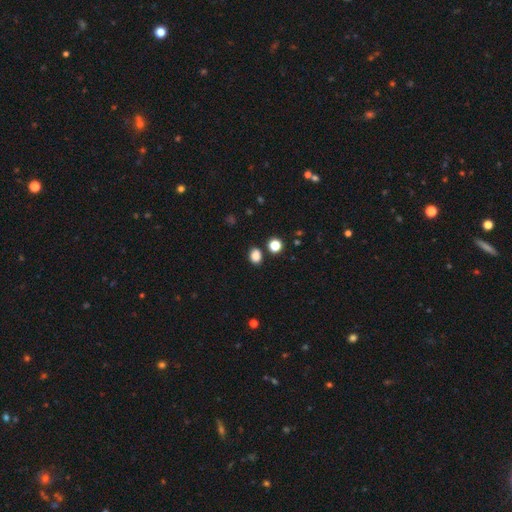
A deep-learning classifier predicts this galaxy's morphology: Smooth or featured? smooth (84%)
How rounded? in between (56%)
Merging? none (81%)